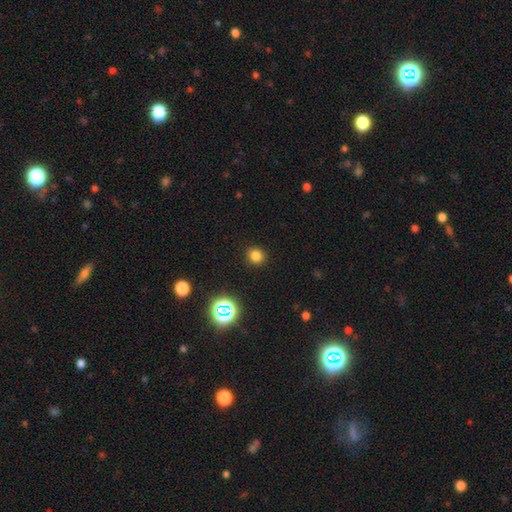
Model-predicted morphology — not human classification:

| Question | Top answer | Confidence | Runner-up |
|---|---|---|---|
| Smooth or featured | smooth | 79% | star or artifact (16%) |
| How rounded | round | 87% | in between (12%) |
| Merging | none | 91% | minor disturbance (6%) |